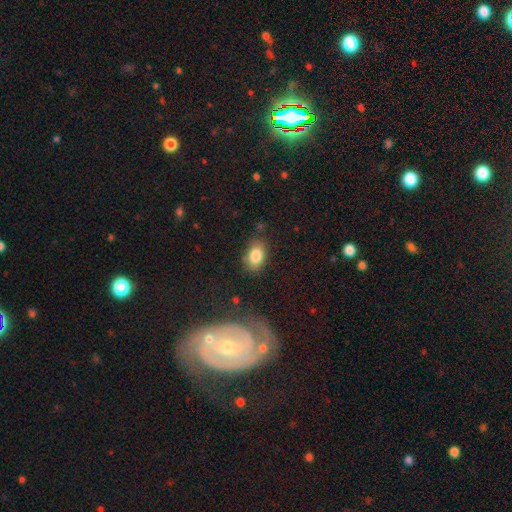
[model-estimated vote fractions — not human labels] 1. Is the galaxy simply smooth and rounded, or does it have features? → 84% smooth, 8% star or artifact, 8% featured or disk.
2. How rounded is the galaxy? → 86% in between, 13% round, 2% cigar-shaped.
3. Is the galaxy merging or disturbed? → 78% none, 16% minor disturbance, 4% major disturbance, 2% merger.